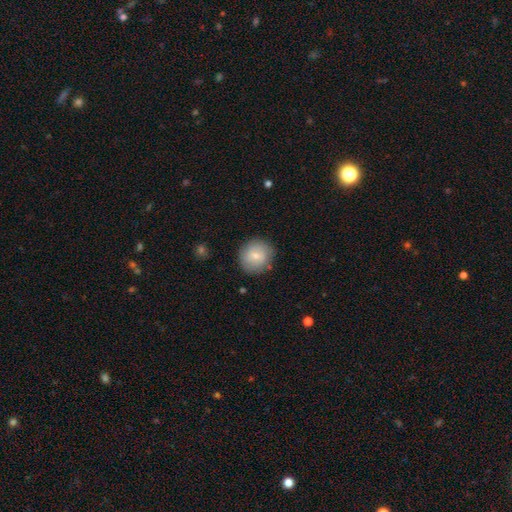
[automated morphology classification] type=smooth (71%); roundness=round (87%); merging=none (83%).